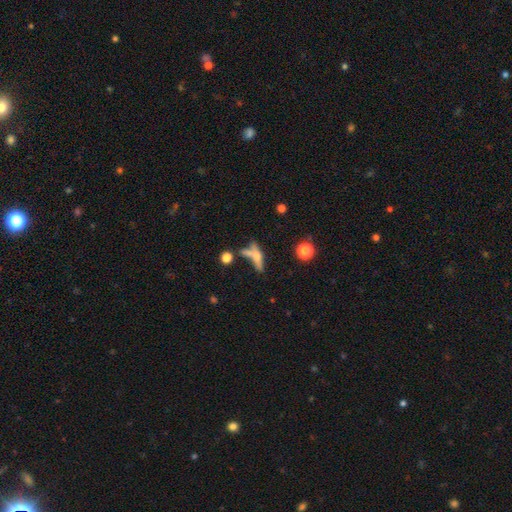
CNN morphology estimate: A smooth galaxy with no disk features (45%).

Vote fractions:
- Smooth or featured? smooth: 45% / featured or disk: 42% / star or artifact: 13%
- Merging? none: 42% / merger: 30% / minor disturbance: 15% / major disturbance: 13%